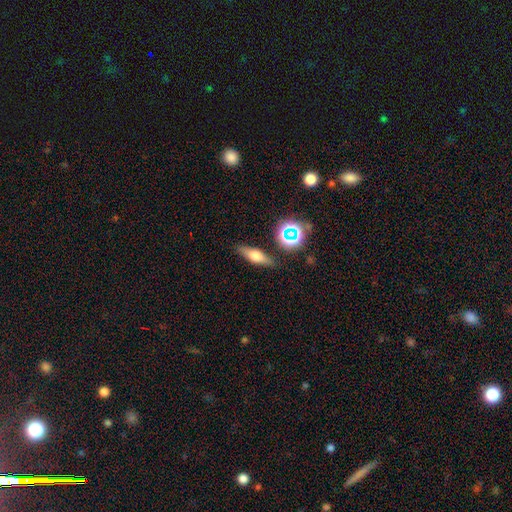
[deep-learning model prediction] smooth-or-featured: smooth: 49% | featured or disk: 39% | star or artifact: 12%
  merging: none: 84% | minor disturbance: 10% | merger: 3% | major disturbance: 3%